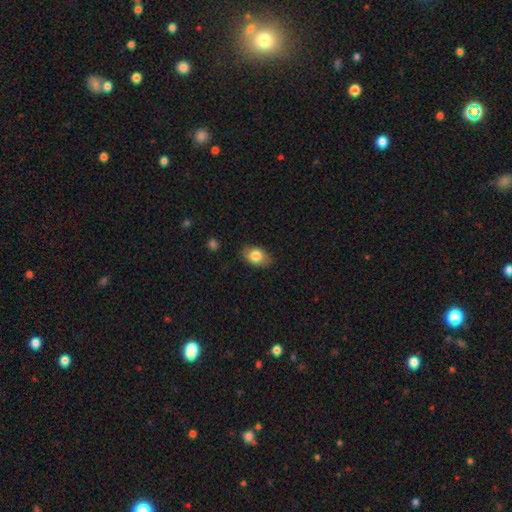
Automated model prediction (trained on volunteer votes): Smooth or featured?
  - smooth: 80% *
  - featured or disk: 12%
  - star or artifact: 7%
How rounded?
  - in between: 86% *
  - round: 13%
  - cigar-shaped: 2%
Merging?
  - none: 83% *
  - minor disturbance: 13%
  - major disturbance: 3%
  - merger: 1%